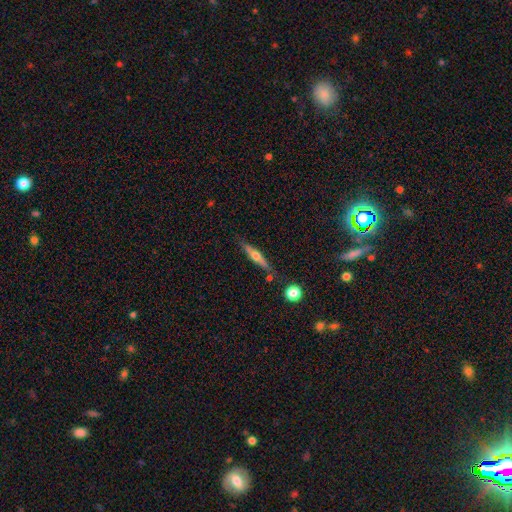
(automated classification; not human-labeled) Smooth or featured?
  - featured or disk: 62% *
  - smooth: 32%
  - star or artifact: 6%
Edge-on disk?
  - yes: 96% *
  - no: 4%
Edge-on bulge?
  - rounded: 90% *
  - none: 5%
  - boxy: 5%
Merging?
  - none: 79% *
  - minor disturbance: 13%
  - merger: 6%
  - major disturbance: 3%